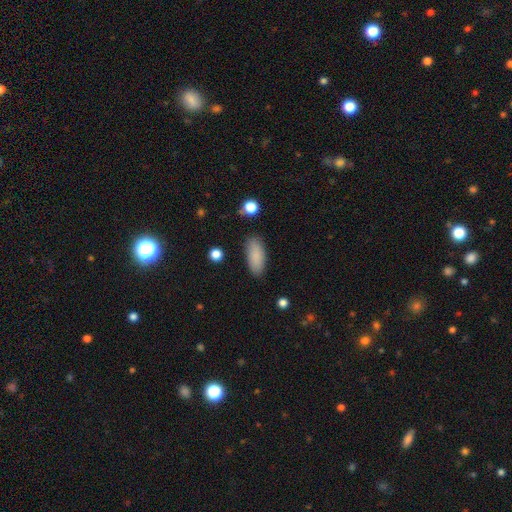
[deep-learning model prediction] Smooth or featured? Predicted: smooth (p=0.88). How rounded? Predicted: in between (p=0.80). Merging? Predicted: none (p=0.86).